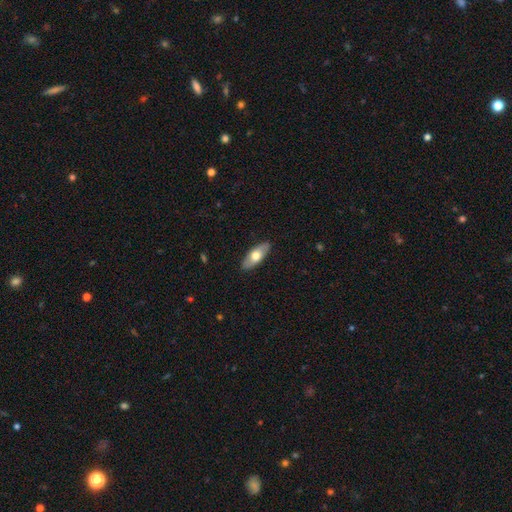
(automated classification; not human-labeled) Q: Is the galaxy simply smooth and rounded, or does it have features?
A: smooth — 60%.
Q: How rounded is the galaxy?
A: in between — 79%.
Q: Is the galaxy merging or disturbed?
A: none — 88%.